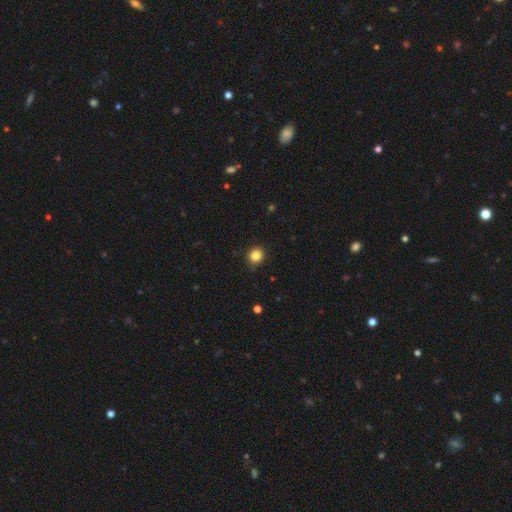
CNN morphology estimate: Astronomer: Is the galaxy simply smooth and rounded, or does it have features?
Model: smooth — 84%.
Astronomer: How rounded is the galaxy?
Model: round — 87%.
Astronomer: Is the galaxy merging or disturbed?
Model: none — 88%.